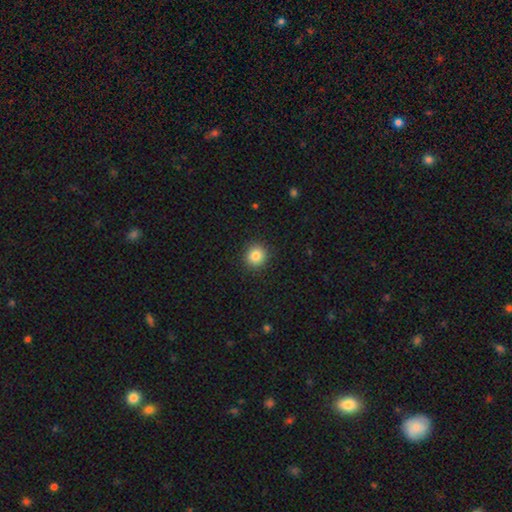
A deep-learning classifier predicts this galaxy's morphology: Overall: smooth (85%). How rounded: round (90%). Merging: none (91%).